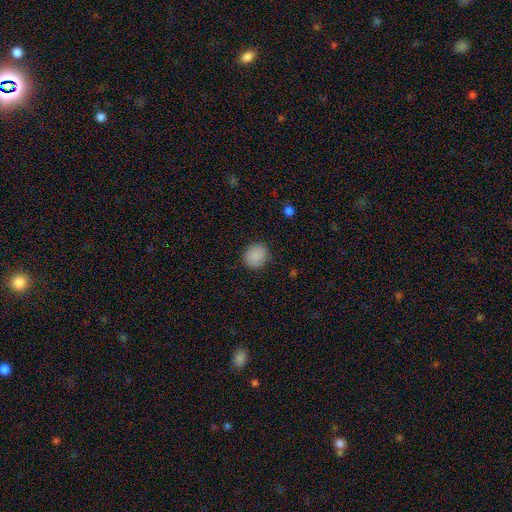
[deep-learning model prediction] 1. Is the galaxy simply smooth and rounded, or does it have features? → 88% smooth, 8% star or artifact, 4% featured or disk.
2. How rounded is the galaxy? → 84% round, 15% in between, 1% cigar-shaped.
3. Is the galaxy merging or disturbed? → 87% none, 9% minor disturbance, 2% major disturbance, 1% merger.